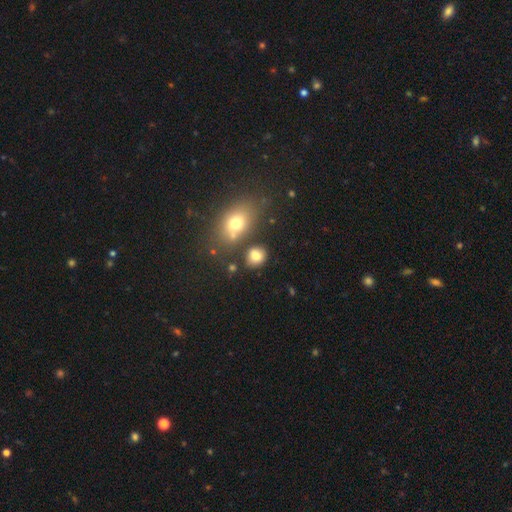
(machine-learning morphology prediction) Smooth or featured? smooth (79%)
How rounded? round (56%)
Merging? none (73%)